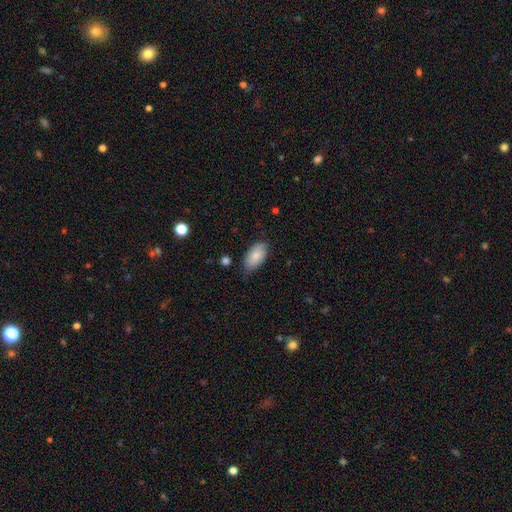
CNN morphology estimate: smooth-or-featured: smooth: 81% | featured or disk: 12% | star or artifact: 6%
  how-rounded: in between: 94% | round: 4% | cigar-shaped: 2%
  merging: none: 75% | minor disturbance: 20% | major disturbance: 3% | merger: 2%